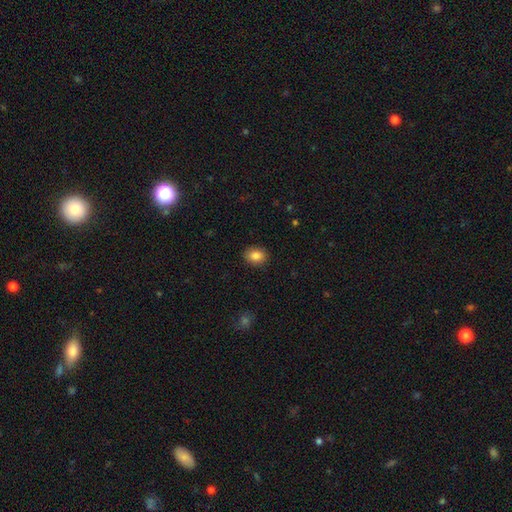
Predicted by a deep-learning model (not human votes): A smooth galaxy with no disk features (86%) that is in between round and cigar-shaped (58%).

Vote fractions:
- Smooth or featured? smooth: 86% / star or artifact: 9% / featured or disk: 5%
- How rounded? in between: 58% / round: 41% / cigar-shaped: 1%
- Merging? none: 89% / minor disturbance: 8% / major disturbance: 2% / merger: 1%